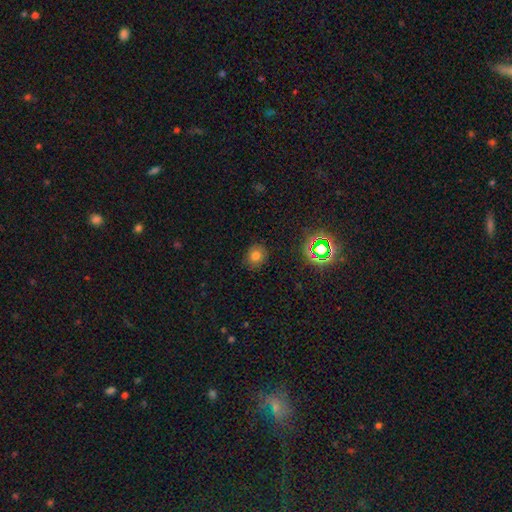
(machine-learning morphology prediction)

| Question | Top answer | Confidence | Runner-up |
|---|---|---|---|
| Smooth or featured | smooth | 70% | star or artifact (20%) |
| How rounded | round | 75% | in between (24%) |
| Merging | none | 84% | minor disturbance (12%) |